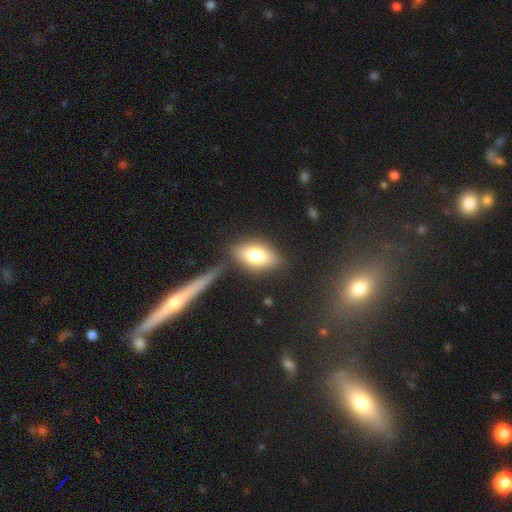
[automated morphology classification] A smooth galaxy with no disk features (72%) that is in between round and cigar-shaped (84%).

Vote fractions:
- Smooth or featured? smooth: 72% / featured or disk: 20% / star or artifact: 8%
- How rounded? in between: 84% / cigar-shaped: 8% / round: 7%
- Merging? none: 75% / minor disturbance: 12% / merger: 8% / major disturbance: 5%